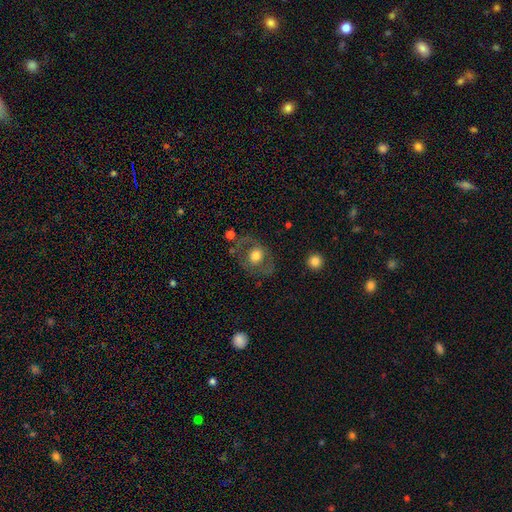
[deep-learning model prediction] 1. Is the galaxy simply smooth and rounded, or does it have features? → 53% smooth, 40% featured or disk, 8% star or artifact.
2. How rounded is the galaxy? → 62% round, 37% in between, 1% cigar-shaped.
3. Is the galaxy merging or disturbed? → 67% none, 16% minor disturbance, 13% major disturbance, 3% merger.